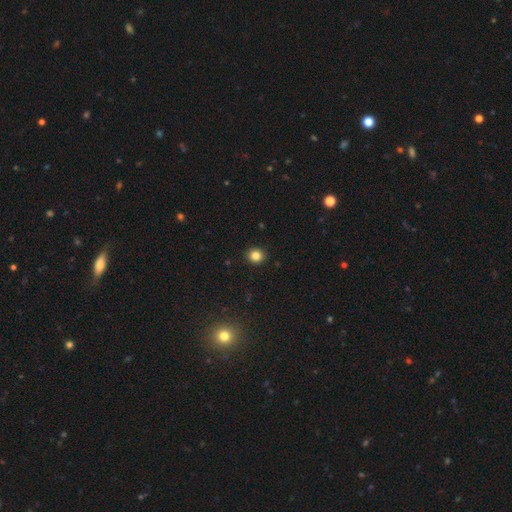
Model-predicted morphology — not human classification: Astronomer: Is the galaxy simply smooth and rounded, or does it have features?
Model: smooth — 84%.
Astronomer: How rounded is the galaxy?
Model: round — 89%.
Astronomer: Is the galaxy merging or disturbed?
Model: none — 93%.